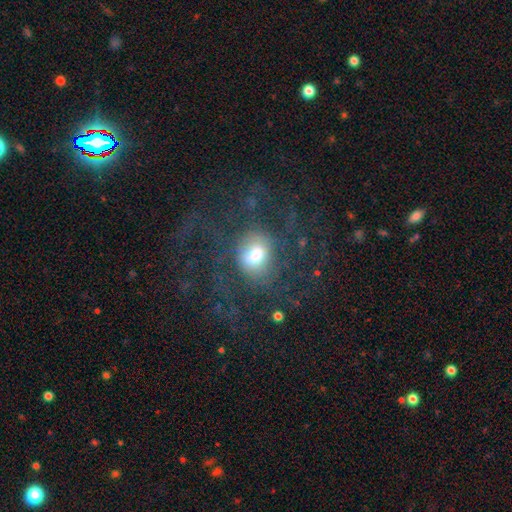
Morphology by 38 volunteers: Volunteers were most divided on "bulge size": large: 38%, moderate: 33%, dominant: 14%, small: 10%, none: 5%. More confident: edge-on disk — no (100%); bar — no (86%); smooth or featured — featured or disk (55%); spiral arms — no (52%); merging — none (50%).